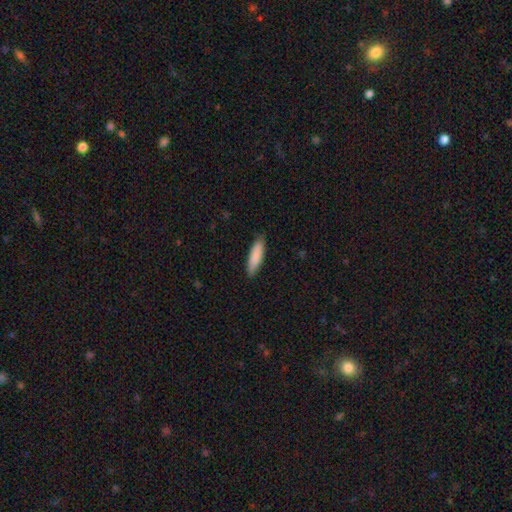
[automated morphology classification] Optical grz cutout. It shows a smooth galaxy with no disk features (87%) that is cigar-shaped (67%). Merging: none (86%).